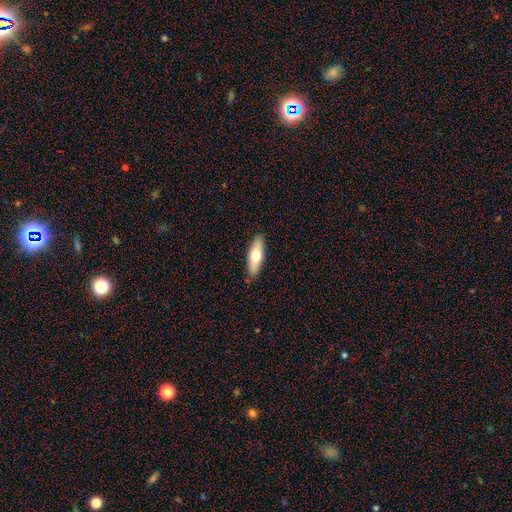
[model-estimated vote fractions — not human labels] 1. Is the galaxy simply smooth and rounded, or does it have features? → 63% smooth, 31% featured or disk, 6% star or artifact.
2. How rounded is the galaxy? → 57% in between, 41% cigar-shaped, 2% round.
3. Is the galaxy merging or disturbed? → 87% none, 10% minor disturbance, 2% major disturbance, 1% merger.